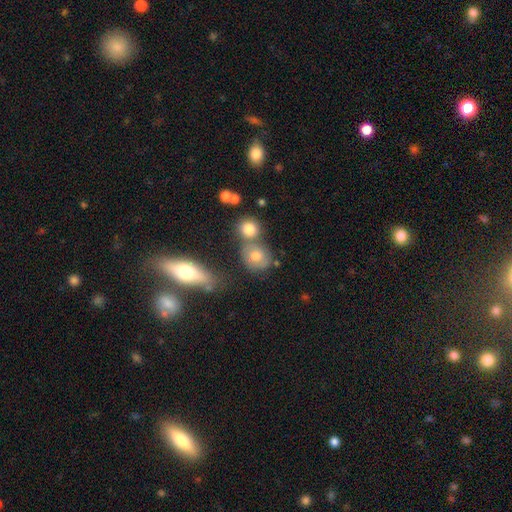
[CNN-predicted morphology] Q: Smooth or featured?
A: smooth (67%); runner-up: featured or disk (19%)
Q: How rounded?
A: round (70%); runner-up: in between (27%)
Q: Merging?
A: none (59%); runner-up: merger (24%)